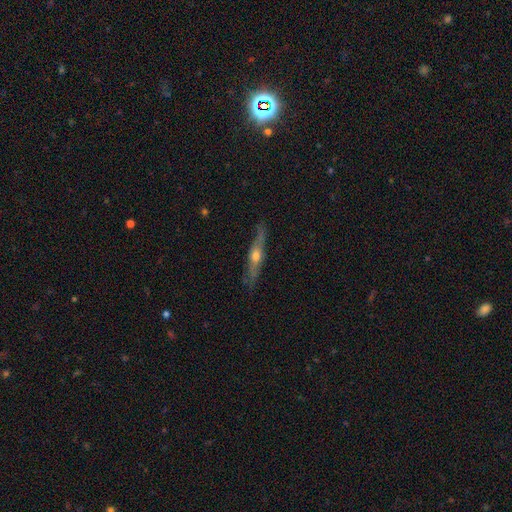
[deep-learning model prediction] smooth_or_featured: featured or disk (p=0.72) [alt: smooth p=0.20]
disk_edge_on: yes (p=0.90) [alt: no p=0.10]
edge_on_bulge: rounded (p=0.90) [alt: none p=0.07]
merging: none (p=0.85) [alt: minor disturbance p=0.11]